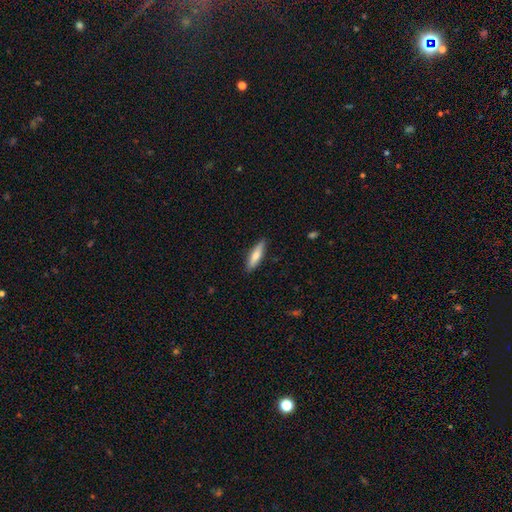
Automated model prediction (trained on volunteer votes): smooth_or_featured: smooth (p=0.69) [alt: featured or disk p=0.26]
how_rounded: cigar-shaped (p=0.67) [alt: in between p=0.31]
merging: none (p=0.88) [alt: minor disturbance p=0.09]